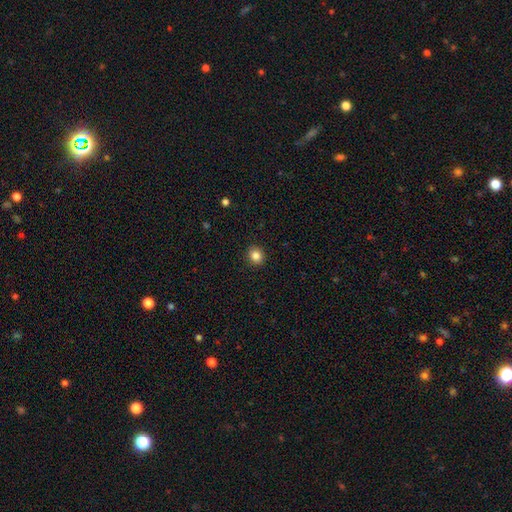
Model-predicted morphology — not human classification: Smooth or featured? smooth (85%)
How rounded? round (81%)
Merging? none (91%)